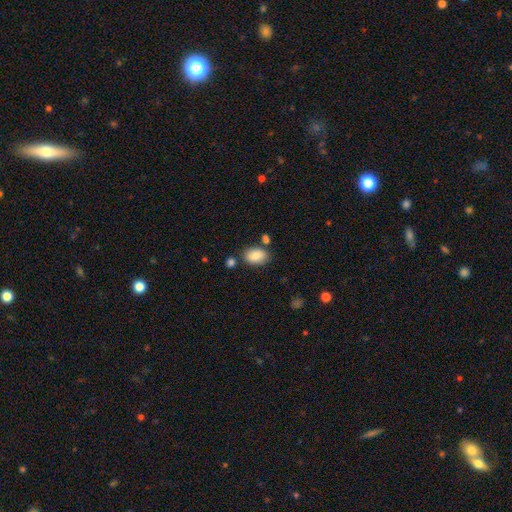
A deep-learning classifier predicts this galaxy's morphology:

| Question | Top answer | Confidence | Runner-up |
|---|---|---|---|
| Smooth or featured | smooth | 85% | star or artifact (7%) |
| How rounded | in between | 88% | round (11%) |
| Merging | none | 75% | minor disturbance (14%) |